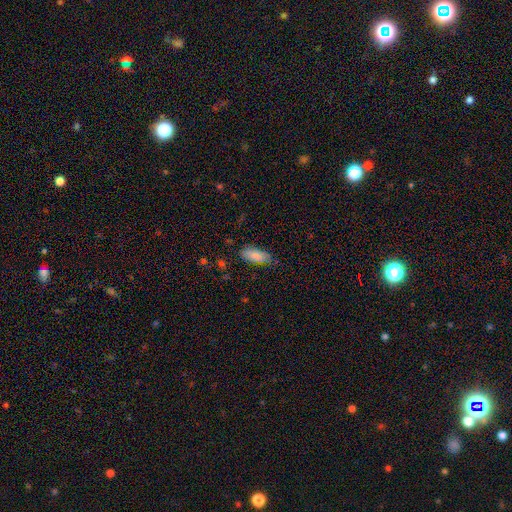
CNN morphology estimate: This is clearly a smooth galaxy (85%). How rounded: clearly in between (84%). Merging: likely none (77%).